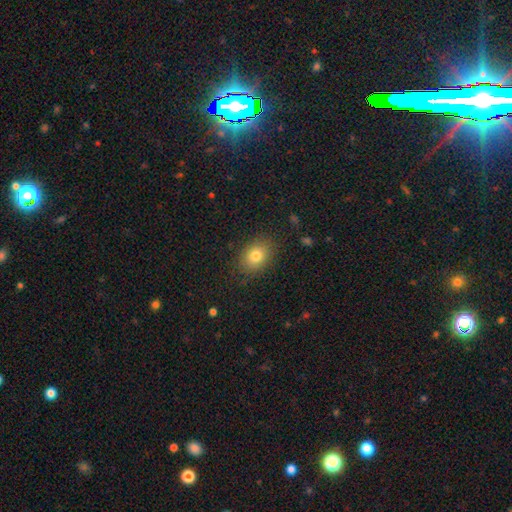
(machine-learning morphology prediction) Smooth or featured?
  - smooth: 80% *
  - star or artifact: 10%
  - featured or disk: 10%
How rounded?
  - in between: 66% *
  - round: 33%
  - cigar-shaped: 1%
Merging?
  - none: 84% *
  - minor disturbance: 11%
  - major disturbance: 4%
  - merger: 1%